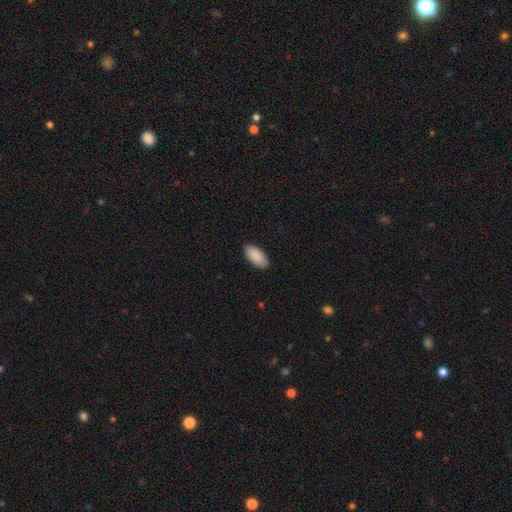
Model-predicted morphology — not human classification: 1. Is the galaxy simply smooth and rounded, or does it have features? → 91% smooth, 6% star or artifact, 4% featured or disk.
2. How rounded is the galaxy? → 91% in between, 7% cigar-shaped, 2% round.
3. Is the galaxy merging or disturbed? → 88% none, 9% minor disturbance, 2% major disturbance, 1% merger.